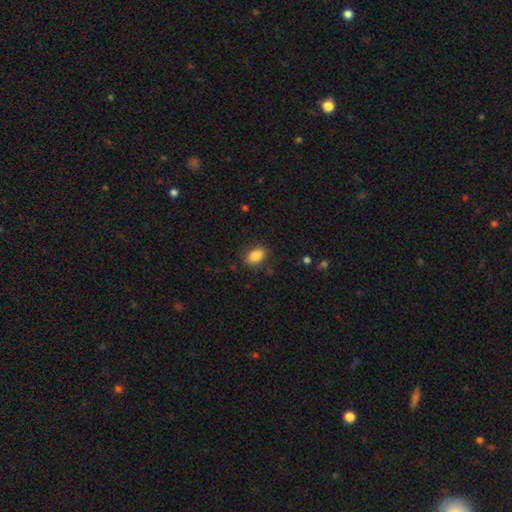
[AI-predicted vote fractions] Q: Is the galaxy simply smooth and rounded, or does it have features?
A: smooth — 84%.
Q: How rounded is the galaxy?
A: in between — 80%.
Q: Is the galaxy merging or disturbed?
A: none — 83%.